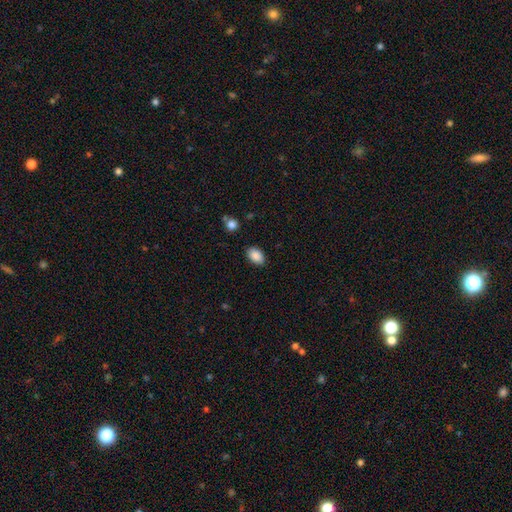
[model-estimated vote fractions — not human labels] The model was most divided on "merging": none: 86%, minor disturbance: 10%, major disturbance: 2%, merger: 2%. More confident: how rounded — in between (89%); smooth or featured — smooth (89%).